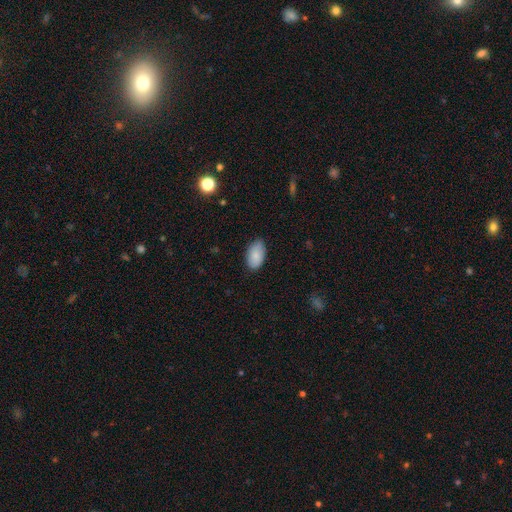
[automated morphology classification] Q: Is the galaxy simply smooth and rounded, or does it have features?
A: smooth — 86%.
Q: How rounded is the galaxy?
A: in between — 95%.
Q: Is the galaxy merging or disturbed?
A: none — 83%.